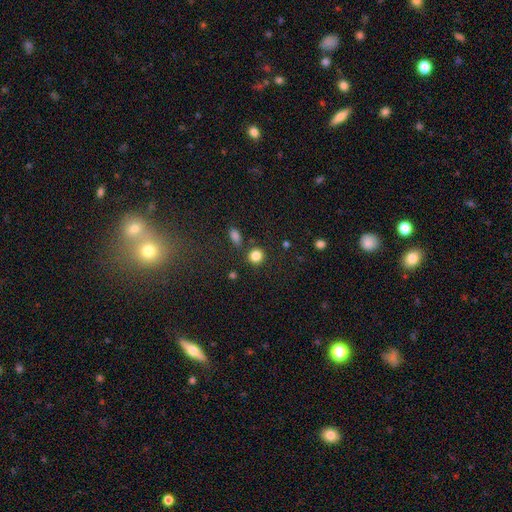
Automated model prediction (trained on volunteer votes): Morphology: type=smooth (84%); roundness=round (89%); merging=none (81%).